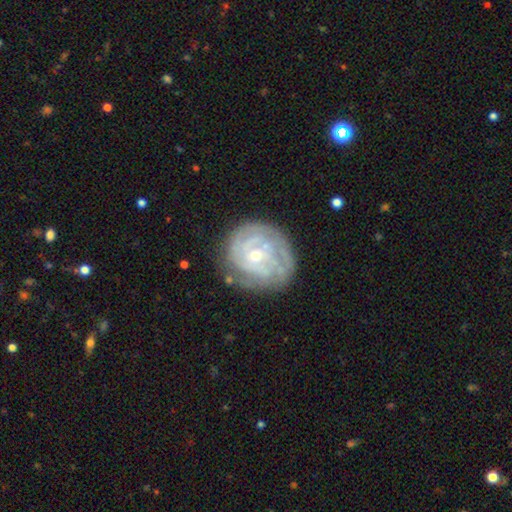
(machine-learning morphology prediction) Smooth or featured? featured or disk (81%)
Edge-on disk? no (97%)
Bar? no (68%)
Spiral arms? yes (89%)
Spiral winding? tight (74%)
Spiral arm count? can't tell (41%)
Bulge size? small (62%)
Merging? none (72%)